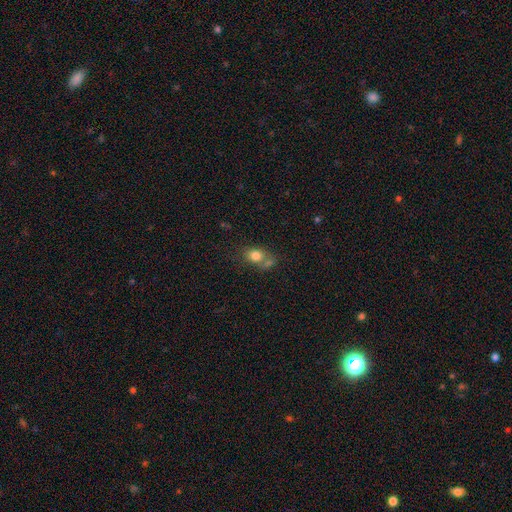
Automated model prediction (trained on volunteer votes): This is likely a smooth galaxy (79%). How rounded: possibly in between (55%). Merging: possibly none (46%).